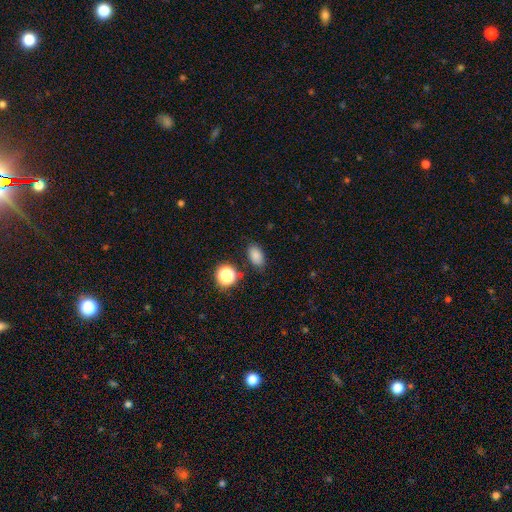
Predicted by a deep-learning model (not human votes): Smooth or featured? Predicted: smooth (p=0.82). How rounded? Predicted: in between (p=0.86). Merging? Predicted: none (p=0.83).